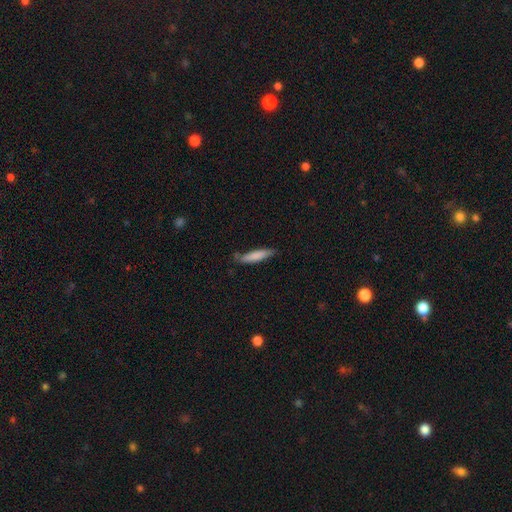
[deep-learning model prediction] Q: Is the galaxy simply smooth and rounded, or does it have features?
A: smooth — 80%.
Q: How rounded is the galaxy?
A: cigar-shaped — 84%.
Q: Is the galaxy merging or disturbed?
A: none — 75%.